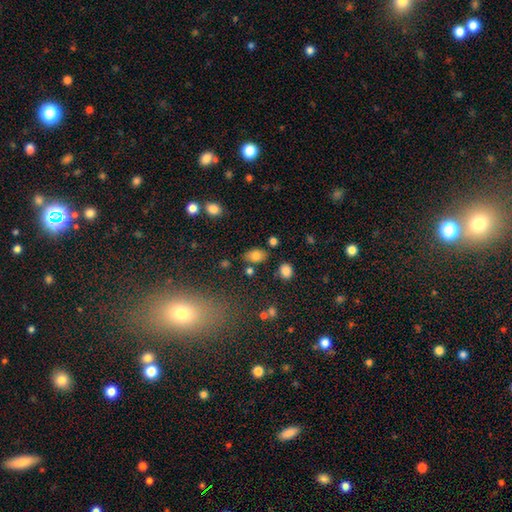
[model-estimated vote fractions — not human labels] Morphology: type=smooth (79%); roundness=in between (84%); merging=none (76%).